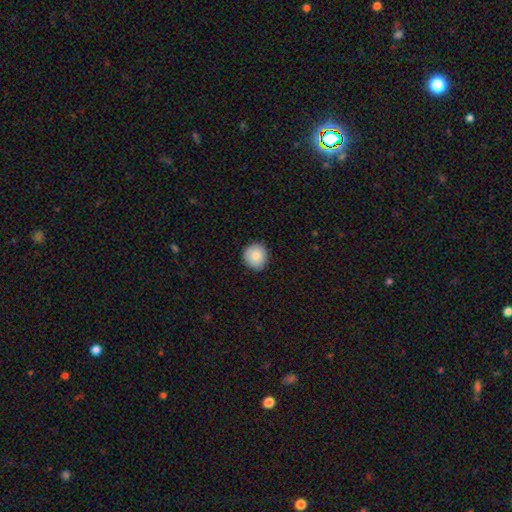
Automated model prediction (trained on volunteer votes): A smooth galaxy with no disk features (84%) that is round (92%).

Vote fractions:
- Smooth or featured? smooth: 84% / featured or disk: 8% / star or artifact: 8%
- How rounded? round: 92% / in between: 7% / cigar-shaped: 1%
- Merging? none: 89% / minor disturbance: 8% / major disturbance: 2% / merger: 1%